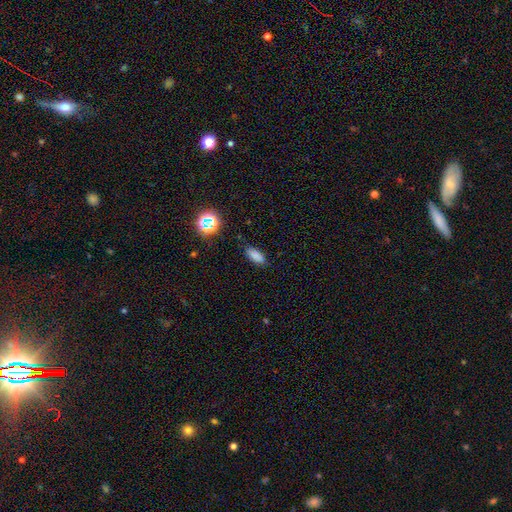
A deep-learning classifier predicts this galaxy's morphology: Smooth or featured?
  - smooth: 81% *
  - star or artifact: 14%
  - featured or disk: 6%
How rounded?
  - in between: 79% *
  - cigar-shaped: 18%
  - round: 4%
Merging?
  - none: 81% *
  - minor disturbance: 14%
  - major disturbance: 3%
  - merger: 2%